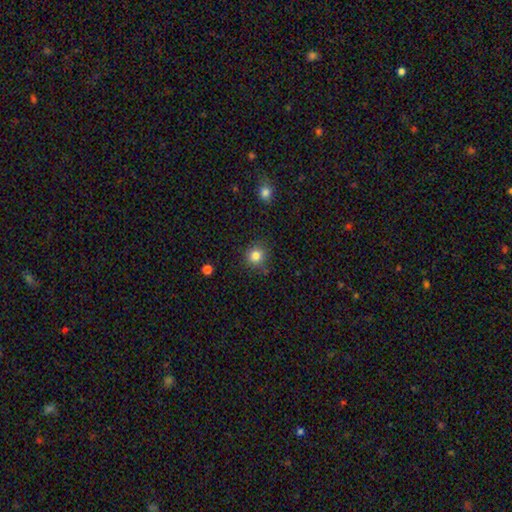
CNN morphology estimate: Smooth or featured? Predicted: smooth (p=0.83). How rounded? Predicted: round (p=0.89). Merging? Predicted: none (p=0.84).